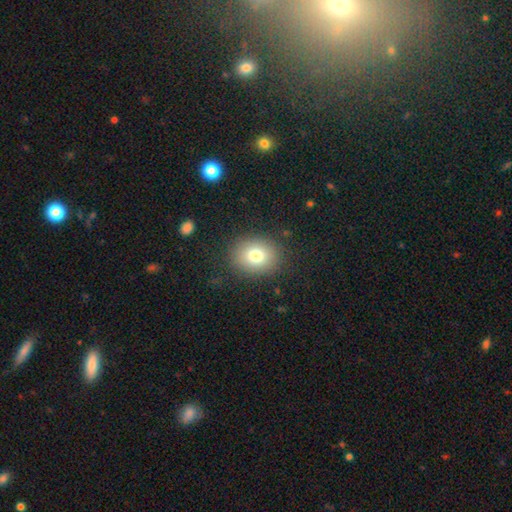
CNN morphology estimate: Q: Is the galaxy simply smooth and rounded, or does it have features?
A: smooth — 78%.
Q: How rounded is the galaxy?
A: round — 59%.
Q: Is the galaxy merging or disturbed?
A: none — 86%.